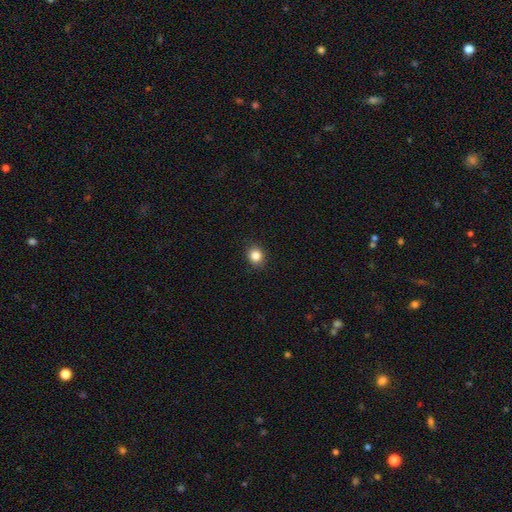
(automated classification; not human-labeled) smooth-or-featured: smooth: 84% | star or artifact: 11% | featured or disk: 4%
  how-rounded: round: 78% | in between: 21% | cigar-shaped: 1%
  merging: none: 91% | minor disturbance: 7% | major disturbance: 2% | merger: 1%